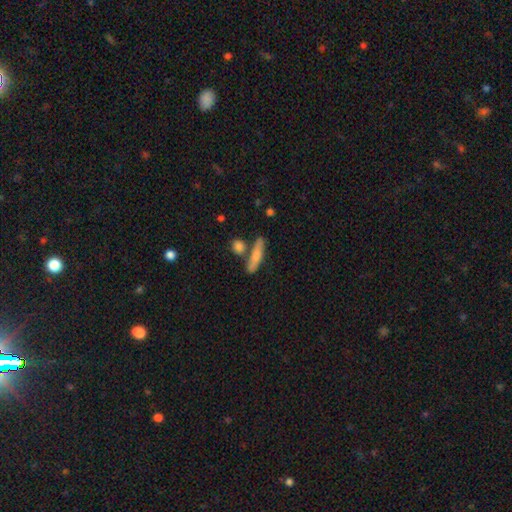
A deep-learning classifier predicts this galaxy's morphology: The model was most divided on "smooth or featured": smooth: 71%, featured or disk: 22%, star or artifact: 7%. More confident: how rounded — cigar-shaped (75%); merging — none (67%).